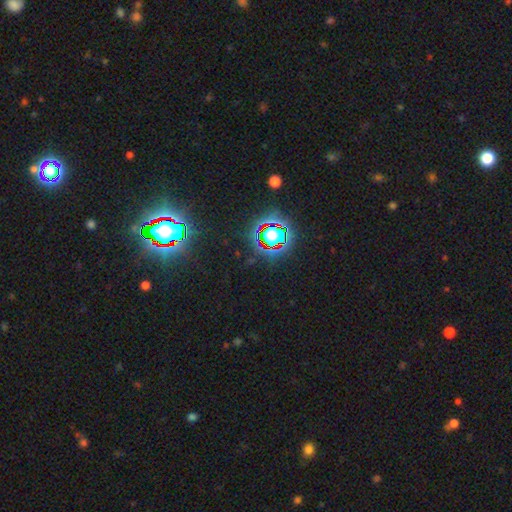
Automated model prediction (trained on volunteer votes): This is likely a star or artifact rather than a galaxy (80%).